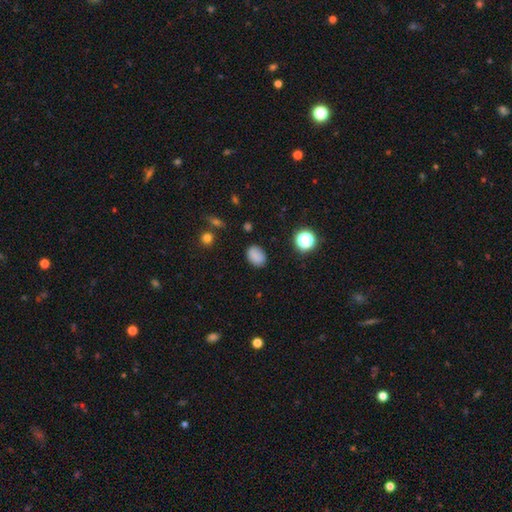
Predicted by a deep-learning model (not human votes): Smooth or featured? Predicted: smooth (p=0.83). How rounded? Predicted: in between (p=0.70). Merging? Predicted: none (p=0.83).